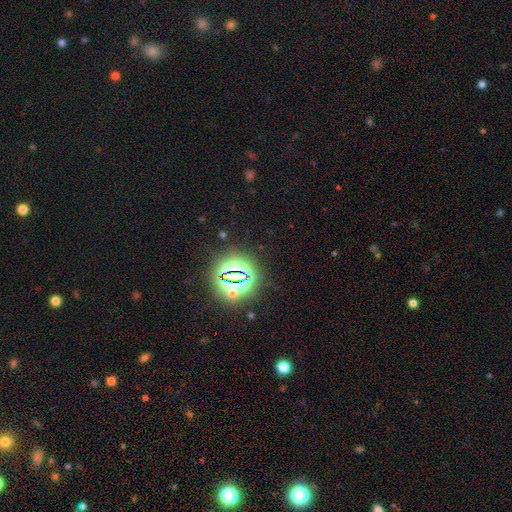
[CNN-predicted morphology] type=star or artifact (81%).